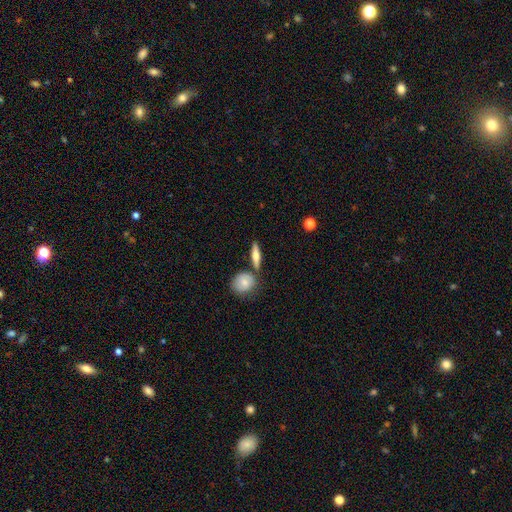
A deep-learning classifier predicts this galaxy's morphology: smooth-or-featured: smooth: 52% | featured or disk: 41% | star or artifact: 7%
  how-rounded: cigar-shaped: 60% | in between: 32% | round: 8%
  merging: none: 76% | merger: 12% | minor disturbance: 10% | major disturbance: 3%